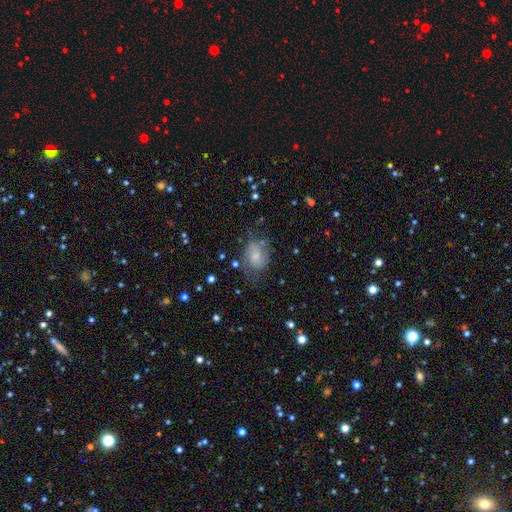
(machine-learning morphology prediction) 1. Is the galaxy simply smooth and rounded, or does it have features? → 49% smooth, 40% featured or disk, 10% star or artifact.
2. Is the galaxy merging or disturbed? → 55% none, 27% minor disturbance, 15% major disturbance, 3% merger.